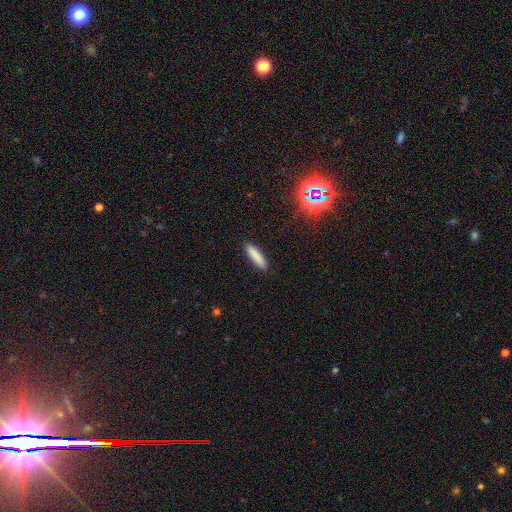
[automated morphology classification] Smooth or featured: smooth — 85% (star or artifact — 8%)
How rounded: cigar-shaped — 79% (in between — 20%)
Merging: none — 90% (minor disturbance — 7%)